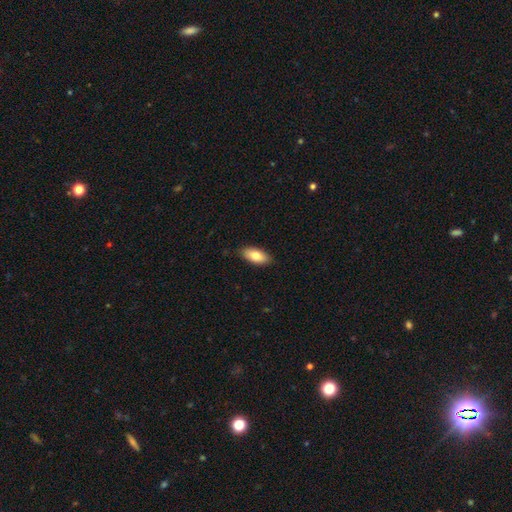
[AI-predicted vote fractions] Morphology: type=smooth (79%); roundness=in between (89%); merging=none (87%).